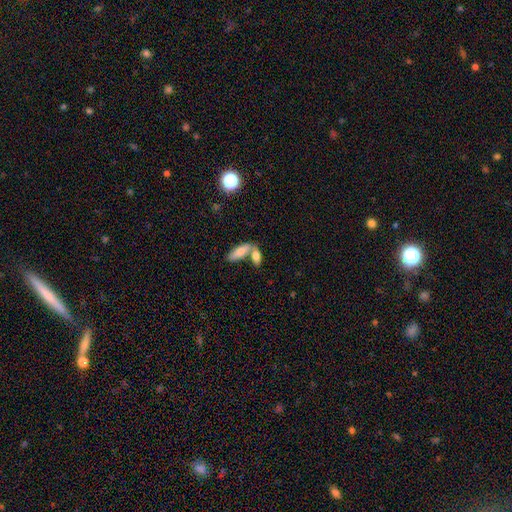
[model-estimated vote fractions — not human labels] Smooth or featured? smooth (74%)
How rounded? in between (69%)
Merging? merger (50%)